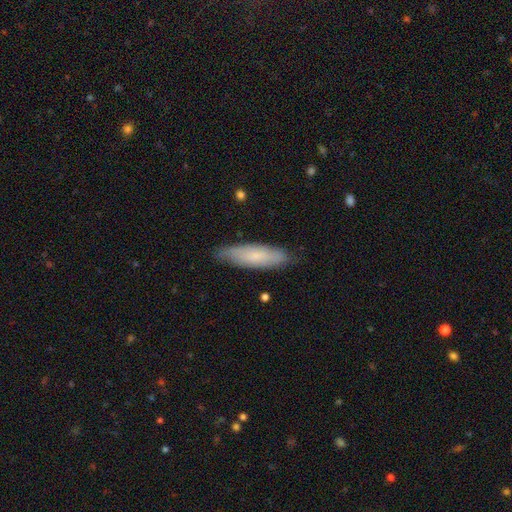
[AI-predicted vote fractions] Overall: smooth (68%). How rounded: cigar-shaped (63%; in between 35%). Merging: none (82%).